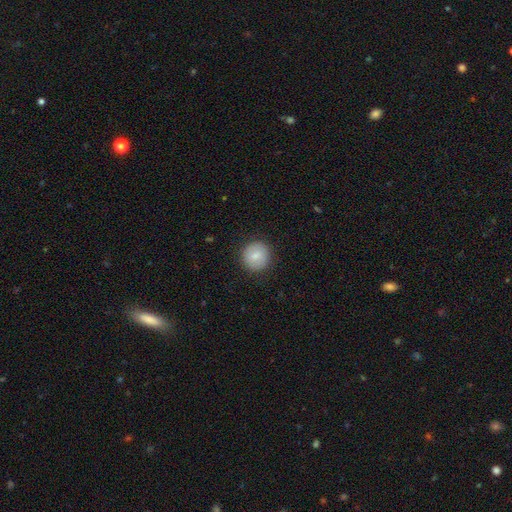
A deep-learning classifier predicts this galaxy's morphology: smooth-or-featured: smooth: 81% | featured or disk: 11% | star or artifact: 7%
  how-rounded: round: 93% | in between: 6% | cigar-shaped: 1%
  merging: none: 90% | minor disturbance: 7% | major disturbance: 2% | merger: 1%